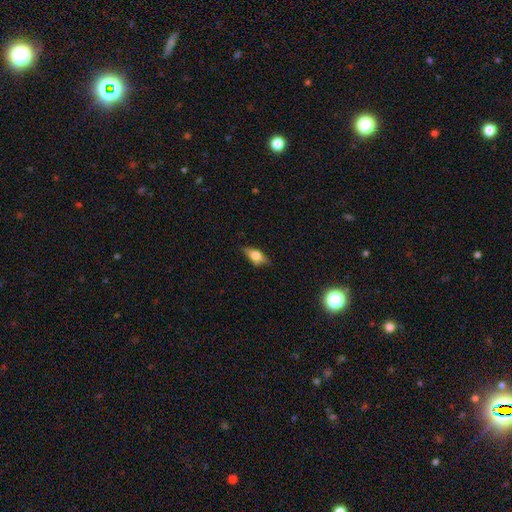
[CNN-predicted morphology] This appears to be a smooth galaxy with no disk features (54%) that is in between round and cigar-shaped (76%). Merging: none (76%).